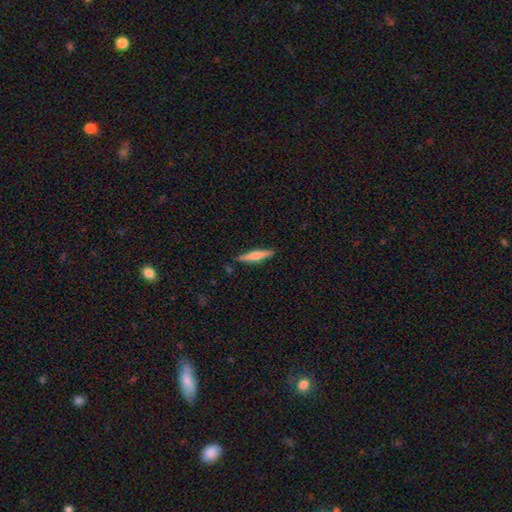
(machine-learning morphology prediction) smooth_or_featured: featured or disk (p=0.50) [alt: smooth p=0.45]
merging: none (p=0.88) [alt: minor disturbance p=0.08]